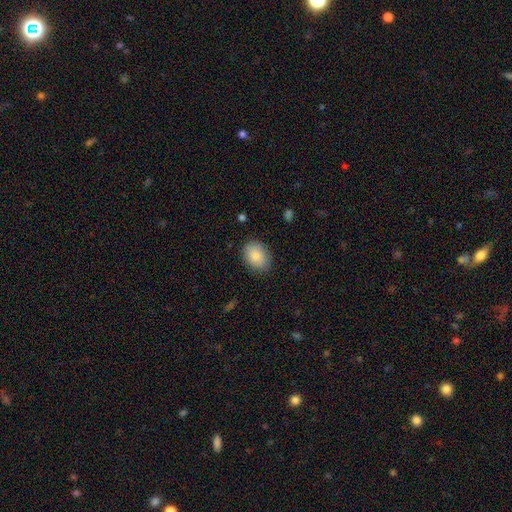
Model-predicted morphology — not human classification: smooth_or_featured: smooth (p=0.86) [alt: star or artifact p=0.07]
how_rounded: in between (p=0.72) [alt: round p=0.27]
merging: none (p=0.84) [alt: minor disturbance p=0.12]